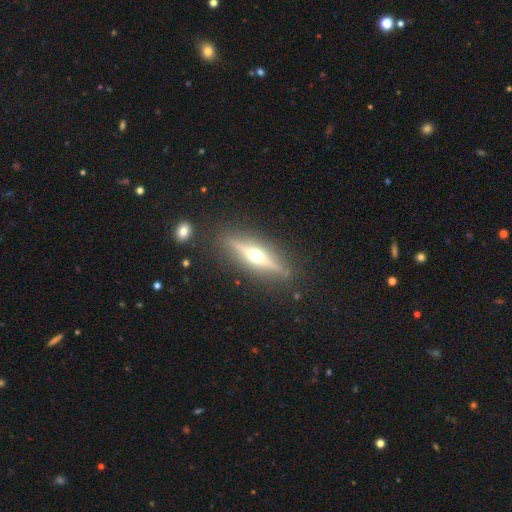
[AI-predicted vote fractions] featured or disk 76%, smooth 18%, star or artifact 6%. Down the decision tree: edge-on disk — yes (95%); edge-on bulge — rounded (95%); merging — none (86%).